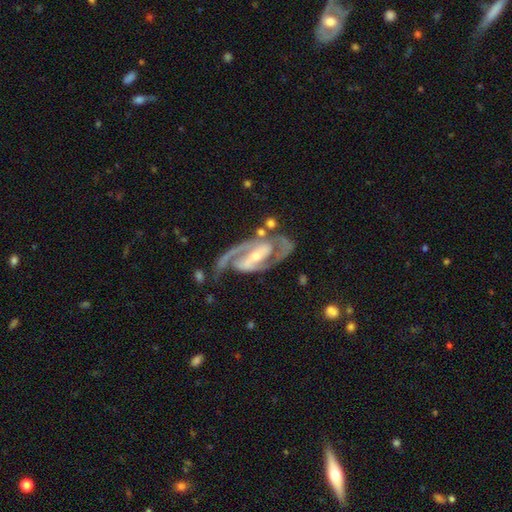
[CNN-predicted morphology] smooth-or-featured: featured or disk: 92% | star or artifact: 4% | smooth: 4%
  disk-edge-on: no: 96% | yes: 4%
    bar: strong: 56% | weak: 28% | no: 15%
    has-spiral-arms: yes: 97% | no: 3%
      spiral-winding: medium: 51% | tight: 39% | loose: 10%
      spiral-arm-count: 2: 92% | can't tell: 3% | 1: 2% | 3: 2% | 4: 1% | more than 4: 1%
    bulge-size: small: 55% | moderate: 40% | large: 3% | none: 2% | dominant: 1%
  merging: none: 72% | minor disturbance: 16% | major disturbance: 8% | merger: 4%